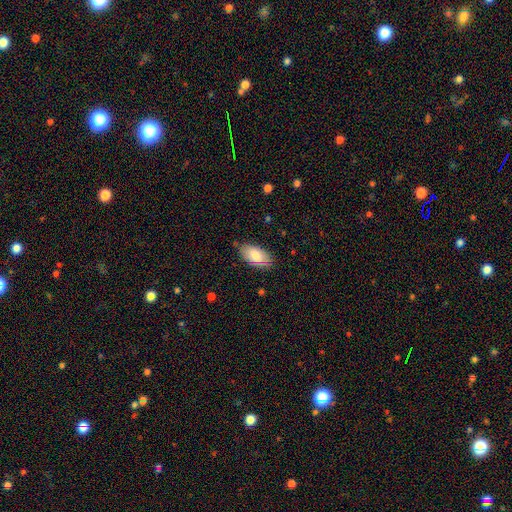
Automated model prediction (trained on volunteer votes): Smooth or featured: smooth — 80% (featured or disk — 13%)
How rounded: in between — 95% (cigar-shaped — 3%)
Merging: none — 79% (minor disturbance — 17%)